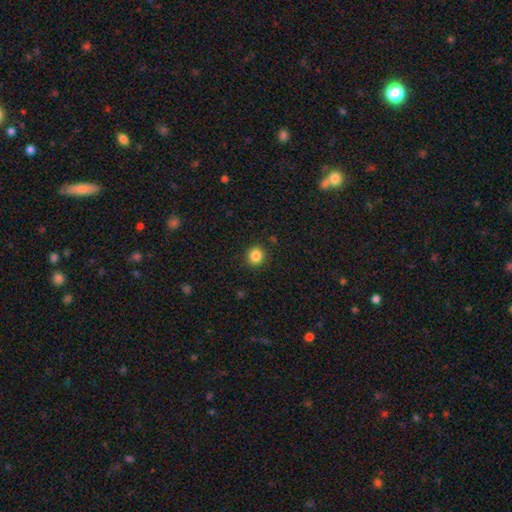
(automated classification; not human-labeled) Q: Smooth or featured?
A: smooth (85%); runner-up: star or artifact (11%)
Q: How rounded?
A: round (89%); runner-up: in between (10%)
Q: Merging?
A: none (90%); runner-up: minor disturbance (6%)